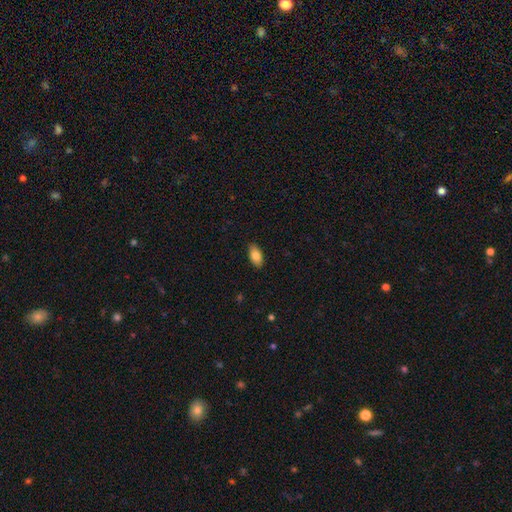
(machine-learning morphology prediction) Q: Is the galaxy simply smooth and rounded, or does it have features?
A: smooth — 82%.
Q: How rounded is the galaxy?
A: in between — 92%.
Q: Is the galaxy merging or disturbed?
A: none — 89%.